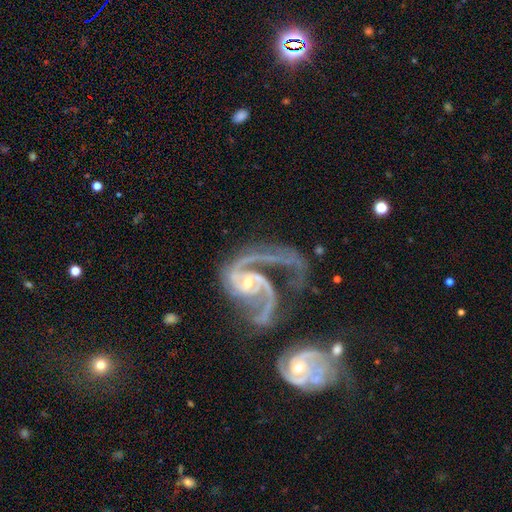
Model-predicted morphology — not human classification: The model was most divided on "bar": no: 42%, weak: 39%, strong: 20%. Remaining: edge-on disk — no (98%); spiral arms — yes (97%); smooth or featured — featured or disk (92%); bulge size — small (51%); spiral winding — medium (50%); spiral arm count — 2 (49%); merging — major disturbance (43%).